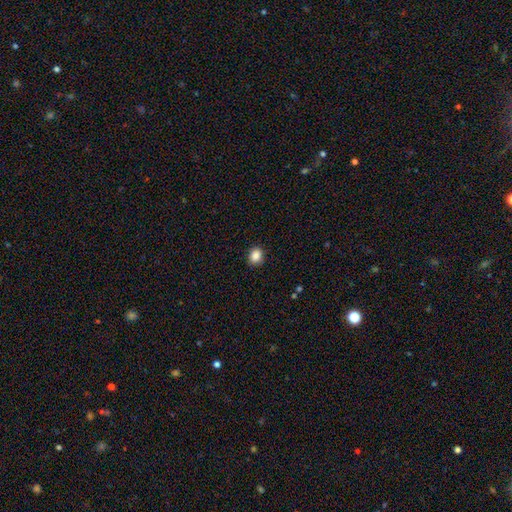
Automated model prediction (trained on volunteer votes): Smooth or featured? smooth (87%)
How rounded? round (59%)
Merging? none (89%)